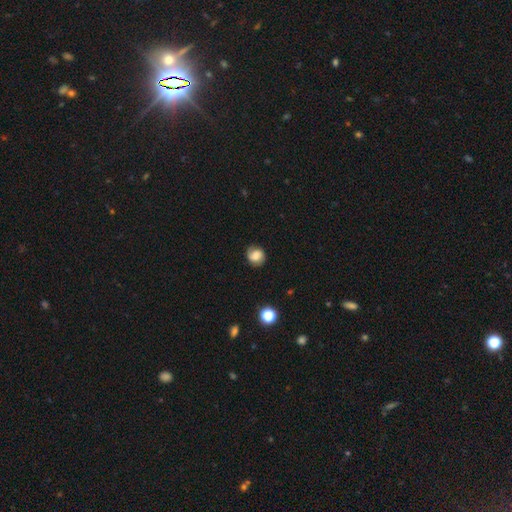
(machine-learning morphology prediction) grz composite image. It shows a smooth galaxy with no disk features (68%) that is round (78%). Merging: none (77%).